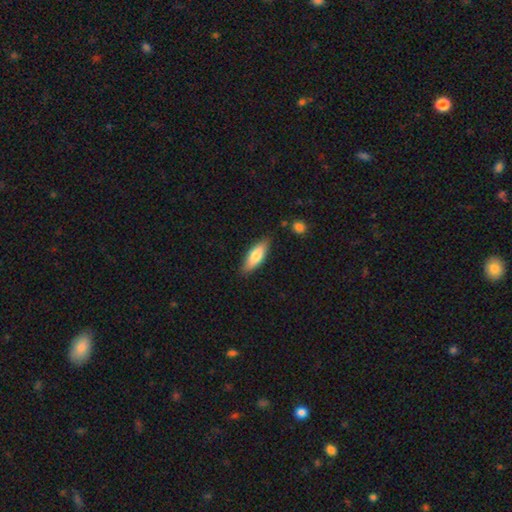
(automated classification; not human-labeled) Morphology: type=smooth (74%); roundness=in between (61%); merging=none (83%).